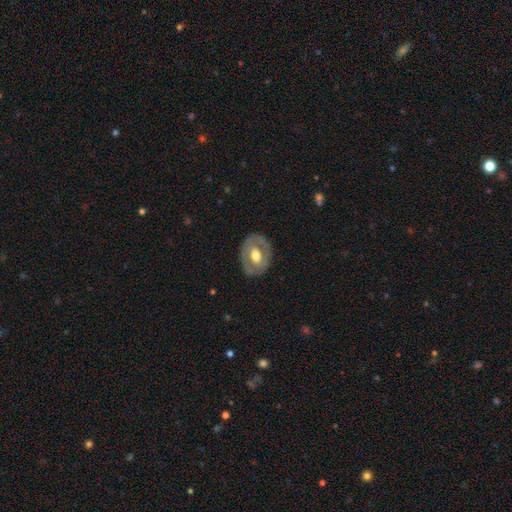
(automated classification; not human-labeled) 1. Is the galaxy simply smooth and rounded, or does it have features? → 56% featured or disk, 39% smooth, 5% star or artifact.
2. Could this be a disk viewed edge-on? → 93% no, 7% yes.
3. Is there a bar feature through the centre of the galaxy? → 60% no, 28% weak, 12% strong.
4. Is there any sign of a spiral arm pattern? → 79% no, 21% yes.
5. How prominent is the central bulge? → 64% moderate, 27% large, 7% small, 1% dominant, 1% none.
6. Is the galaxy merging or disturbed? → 80% none, 14% minor disturbance, 5% major disturbance, 1% merger.